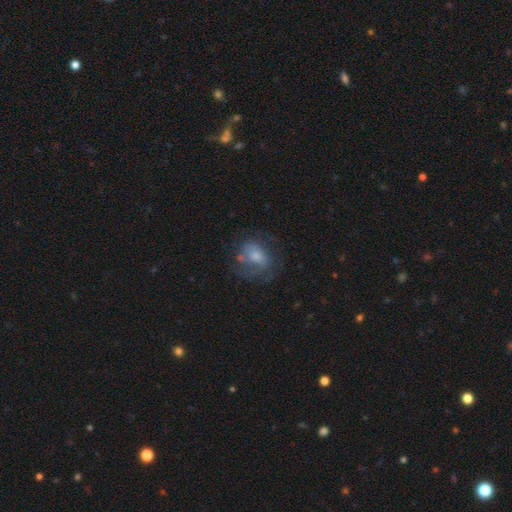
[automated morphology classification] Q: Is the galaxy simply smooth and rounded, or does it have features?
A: featured or disk — 47%.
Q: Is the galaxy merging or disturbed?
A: none — 45%.